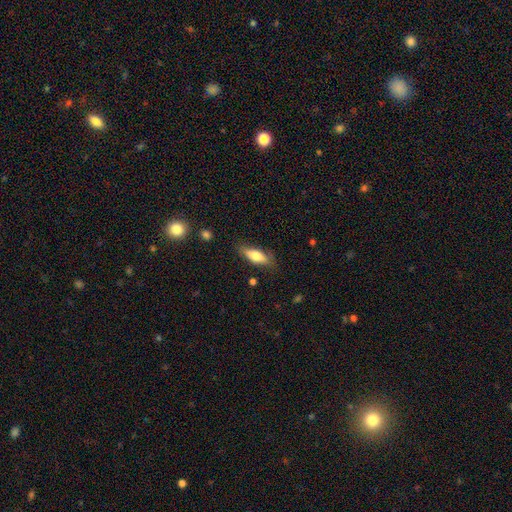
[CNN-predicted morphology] Overall: smooth (70%). How rounded: in between (61%; cigar-shaped 37%). Merging: none (77%).